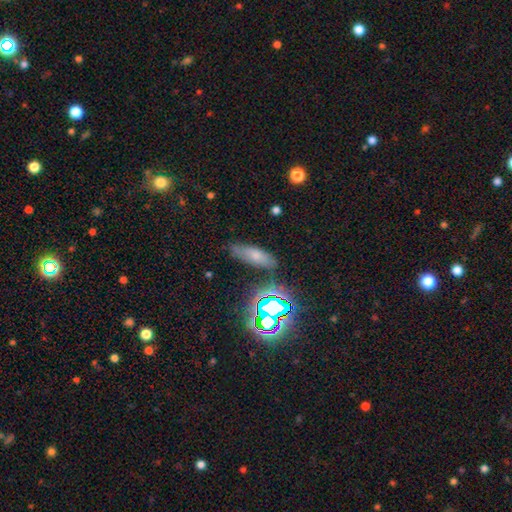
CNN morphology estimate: Smooth or featured? Predicted: smooth (p=0.57). How rounded? Predicted: in between (p=0.59). Merging? Predicted: none (p=0.74).